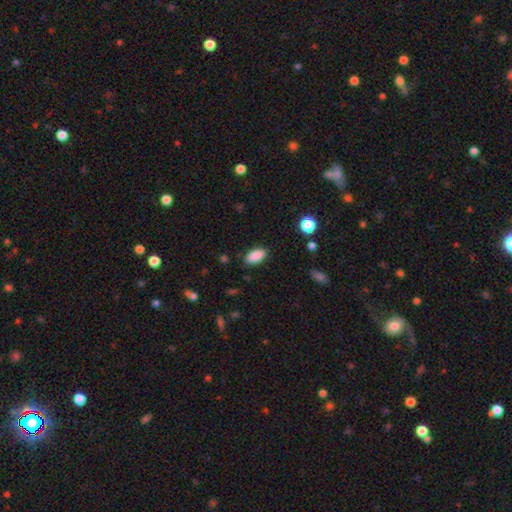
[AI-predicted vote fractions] This is clearly a smooth galaxy (88%). How rounded: clearly in between (92%). Merging: clearly none (86%).